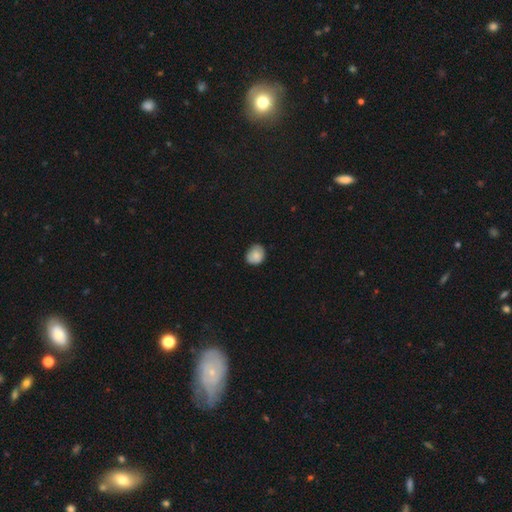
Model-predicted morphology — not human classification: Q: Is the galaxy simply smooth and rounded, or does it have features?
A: smooth — 83%.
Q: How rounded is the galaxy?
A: round — 65%.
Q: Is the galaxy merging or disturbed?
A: none — 75%.